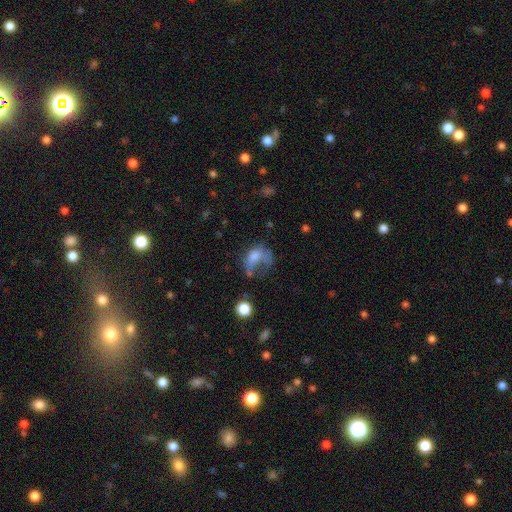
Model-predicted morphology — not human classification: Smooth or featured?
  - smooth: 55% *
  - featured or disk: 31%
  - star or artifact: 14%
How rounded?
  - in between: 72% *
  - round: 25%
  - cigar-shaped: 3%
Merging?
  - major disturbance: 54% *
  - none: 20%
  - minor disturbance: 17%
  - merger: 9%